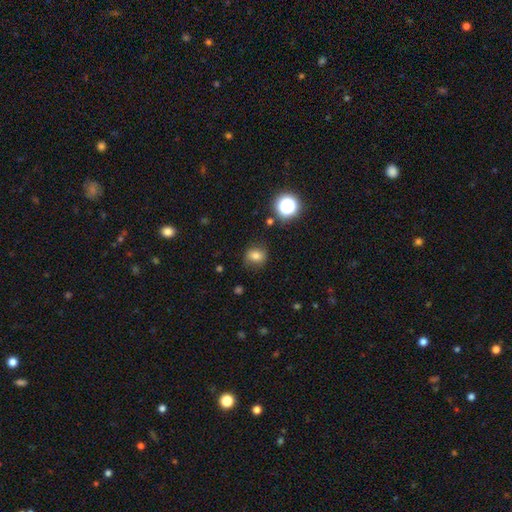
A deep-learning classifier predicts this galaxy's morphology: This appears to be a smooth galaxy with no disk features (75%) that is round (68%). Merging: none (81%).